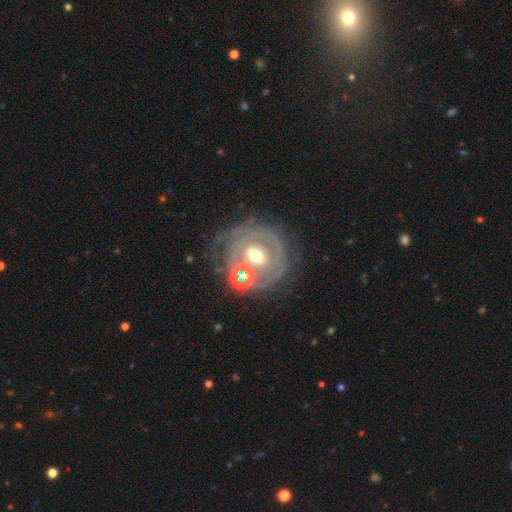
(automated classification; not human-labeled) This is likely a featured or disk galaxy (76%). It is clearly not viewed edge-on (96%). Bar: marginally no (41%). Spiral arm pattern: likely yes (73%). Spiral arm count: marginally can't tell (42%). Spiral winding: likely tight (67%). Central bulge: likely moderate (69%). Merging: possibly none (56%).